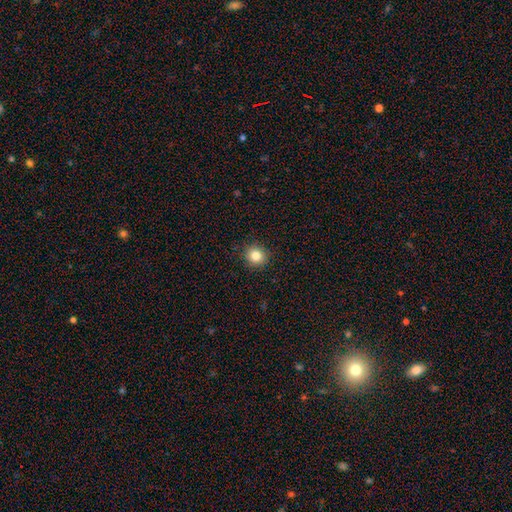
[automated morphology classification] This appears to be a smooth galaxy with no disk features (83%) that is round (90%). Merging: none (91%).